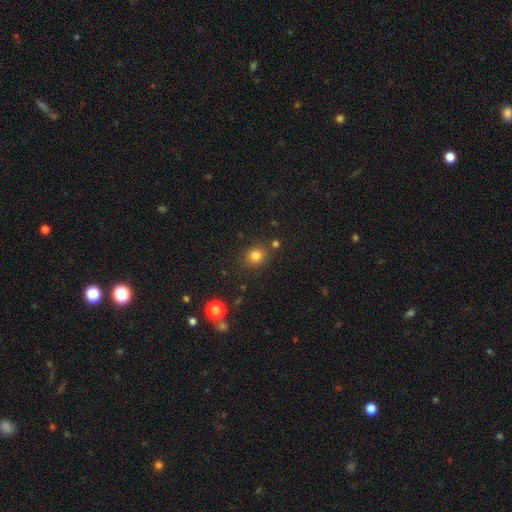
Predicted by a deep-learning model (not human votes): Smooth or featured? smooth (81%)
How rounded? round (77%)
Merging? none (81%)